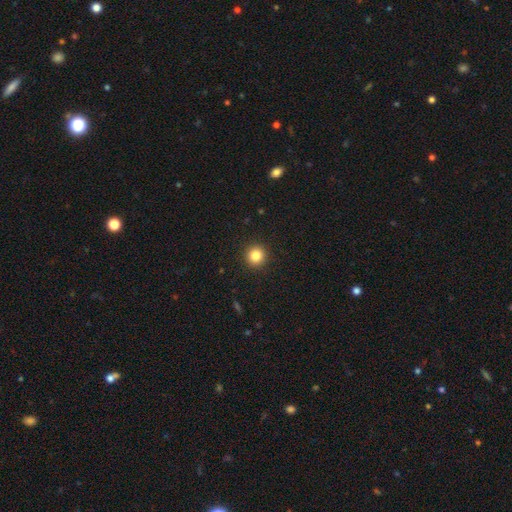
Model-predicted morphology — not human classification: smooth 84%, star or artifact 11%, featured or disk 5%. Down the decision tree: how rounded — round (95%); merging — none (93%).